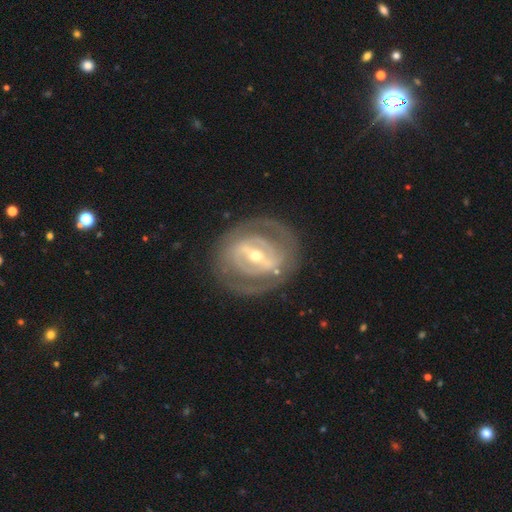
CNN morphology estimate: A featured or disk galaxy (83%) with a strong bar (56%), spiral arms (62%) and a small central bulge (48%, tied with moderate). Merging: none (78%).